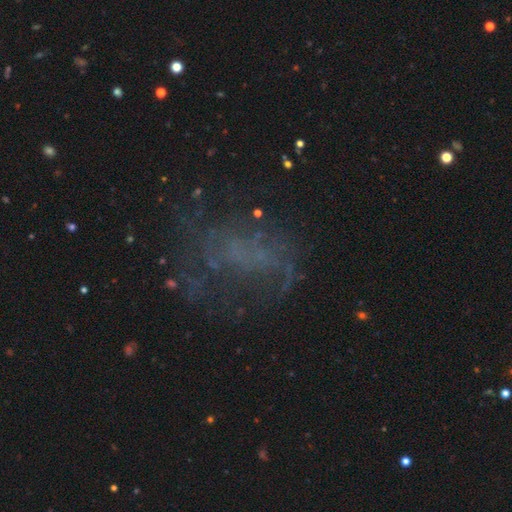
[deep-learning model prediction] Smooth or featured?
  - featured or disk: 53% *
  - star or artifact: 26%
  - smooth: 22%
Edge-on disk?
  - no: 96% *
  - yes: 4%
Bar?
  - no: 80% *
  - weak: 16%
  - strong: 4%
Spiral arms?
  - no: 58% *
  - yes: 42%
Bulge size?
  - none: 72% *
  - small: 17%
  - moderate: 7%
  - large: 3%
  - dominant: 1%
Merging?
  - none: 50% *
  - major disturbance: 29%
  - minor disturbance: 18%
  - merger: 3%